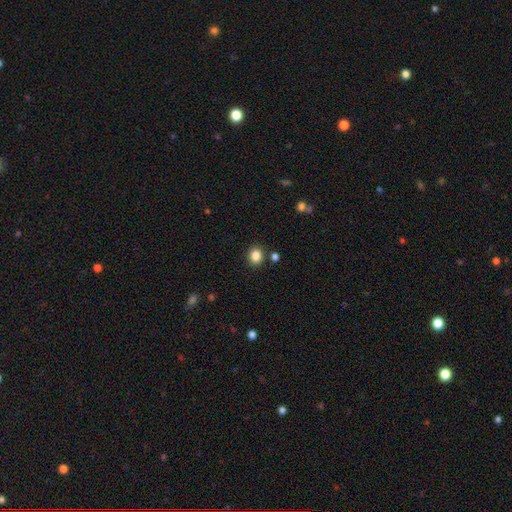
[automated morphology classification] This is clearly a smooth galaxy (85%). How rounded: likely round (66%). Merging: clearly none (85%).